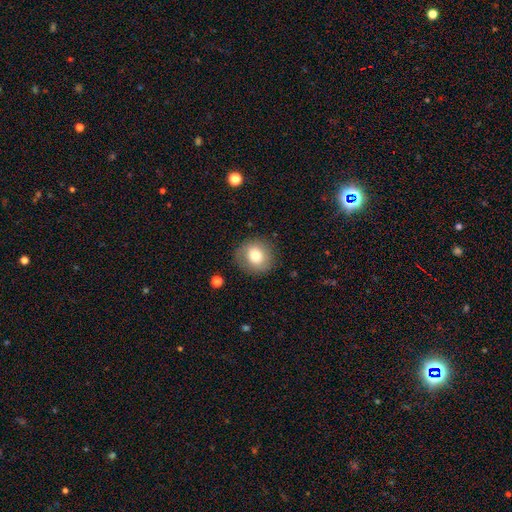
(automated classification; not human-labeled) The model was most divided on "smooth or featured": smooth: 74%, featured or disk: 16%, star or artifact: 9%. More confident: how rounded — round (85%); merging — none (83%).